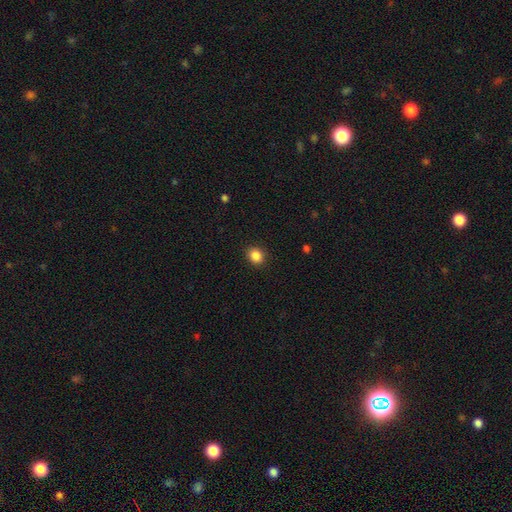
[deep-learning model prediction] smooth 87%, star or artifact 10%, featured or disk 3%. Down the decision tree: how rounded — round (60%); merging — none (90%).